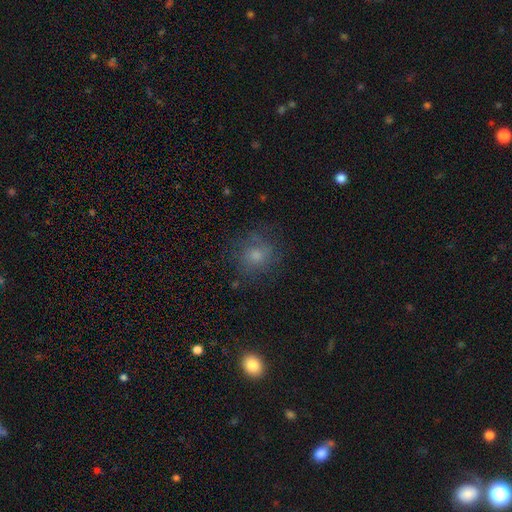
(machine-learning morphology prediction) smooth 65%, featured or disk 21%, star or artifact 15%. Down the decision tree: how rounded — round (85%); merging — none (70%).